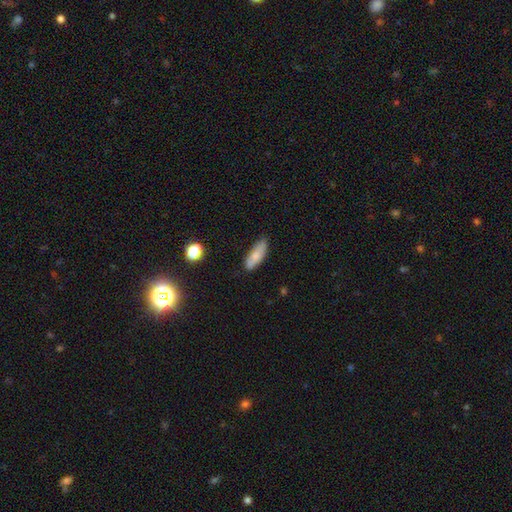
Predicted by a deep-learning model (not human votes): Q: Smooth or featured?
A: smooth (80%); runner-up: featured or disk (13%)
Q: How rounded?
A: in between (60%); runner-up: cigar-shaped (37%)
Q: Merging?
A: none (78%); runner-up: minor disturbance (17%)